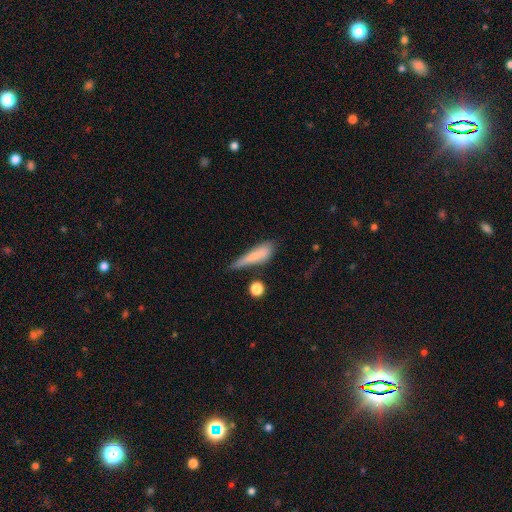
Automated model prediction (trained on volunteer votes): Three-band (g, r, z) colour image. It shows a smooth galaxy with no disk features (74%) that is cigar-shaped (72%). Merging: none (45%).